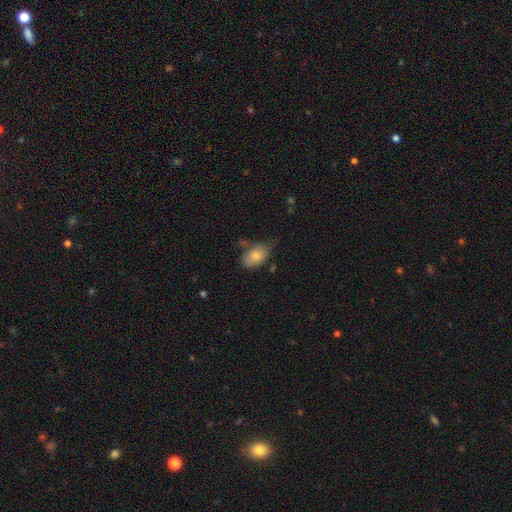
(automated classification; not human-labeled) The model was most divided on "merging": none: 48%, minor disturbance: 35%, major disturbance: 10%, merger: 7%. More confident: how rounded — in between (88%); smooth or featured — smooth (80%).